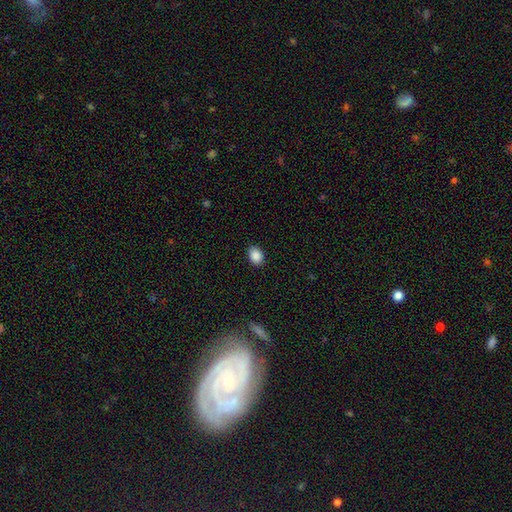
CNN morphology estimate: smooth_or_featured: smooth (p=0.89) [alt: star or artifact p=0.08]
how_rounded: in between (p=0.70) [alt: round p=0.29]
merging: none (p=0.88) [alt: minor disturbance p=0.09]